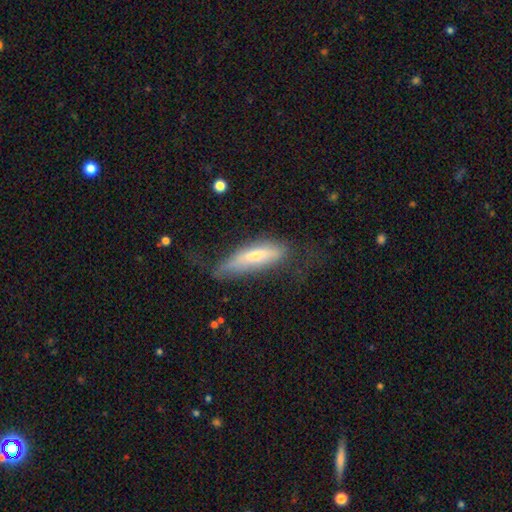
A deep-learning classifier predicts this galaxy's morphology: Smooth or featured? Predicted: smooth (p=0.50). How rounded? Predicted: cigar-shaped (p=0.63). Merging? Predicted: none (p=0.45).